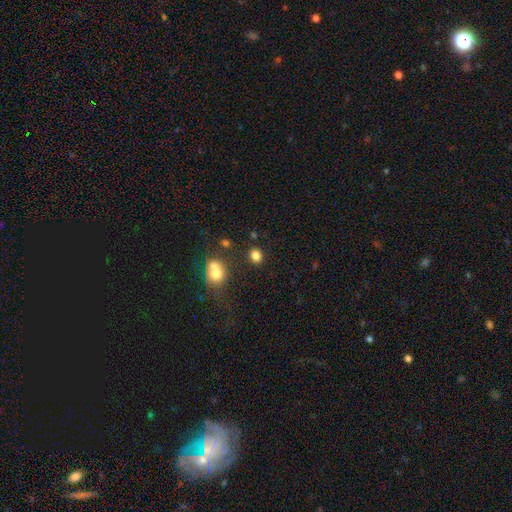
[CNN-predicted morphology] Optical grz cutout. It shows a smooth galaxy with no disk features (82%) that is round (61%). Merging: none (79%).